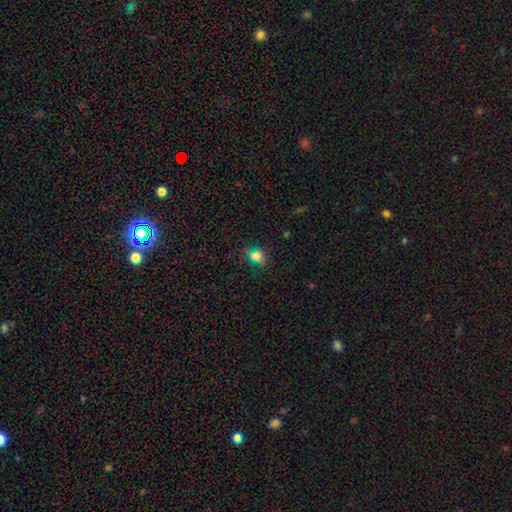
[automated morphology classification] This appears to be a smooth galaxy with no disk features (58%) that is round (53%). Merging: none (71%).